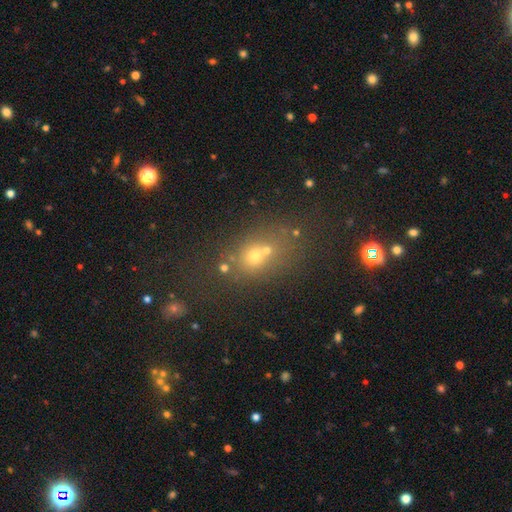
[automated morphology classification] Smooth or featured? Predicted: smooth (p=0.57). How rounded? Predicted: round (p=0.50). Merging? Predicted: none (p=0.50).